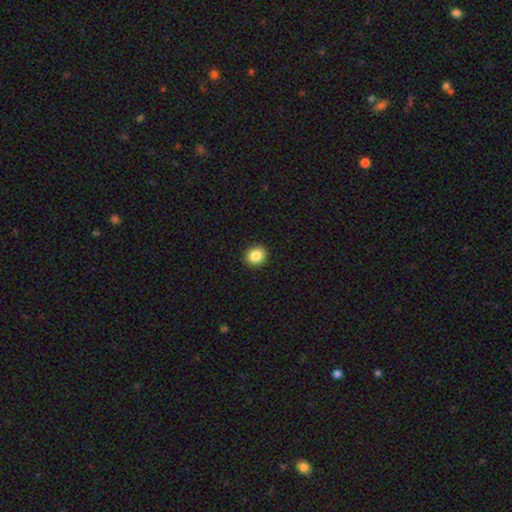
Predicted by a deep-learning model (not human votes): A smooth galaxy with no disk features (87%) that is round (72%). Merging: none (91%).